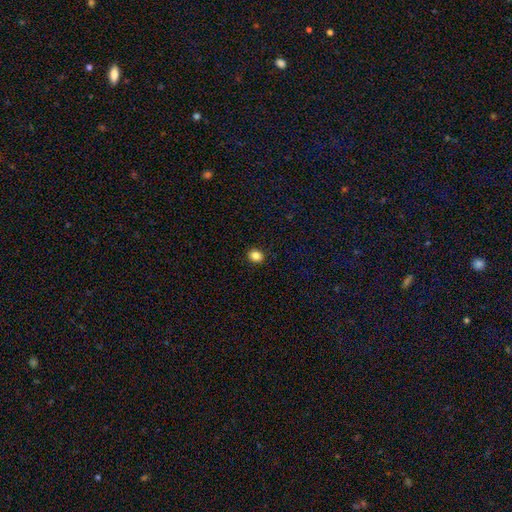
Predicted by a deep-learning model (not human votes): Overall: smooth (86%). How rounded: round (59%; in between 40%). Merging: none (91%).